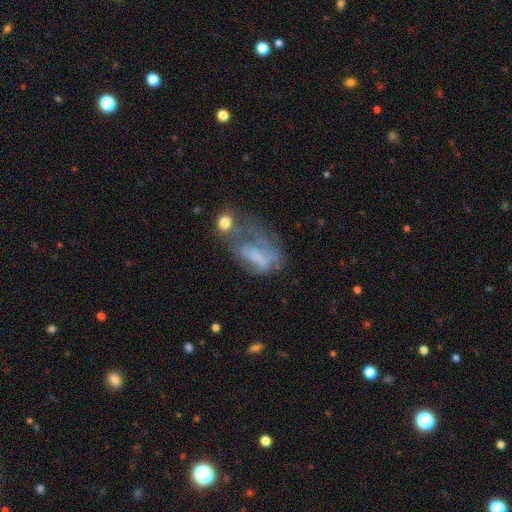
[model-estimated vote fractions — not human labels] A featured or disk galaxy (49%). Merging: major disturbance (43%).